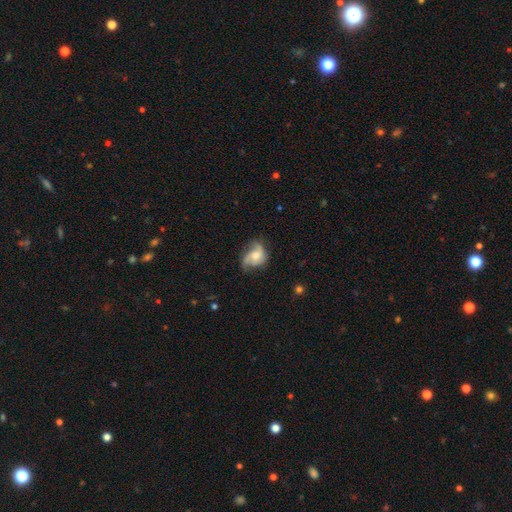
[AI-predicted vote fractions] Smooth or featured? featured or disk (60%)
Edge-on disk? no (97%)
Bar? no (71%)
Spiral arms? yes (86%)
Bulge size? moderate (56%)
Merging? none (49%)